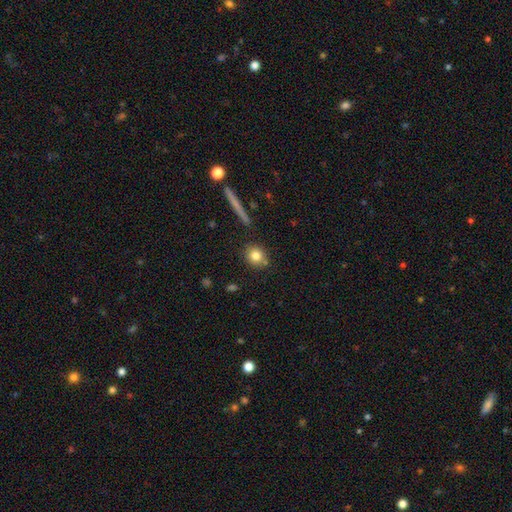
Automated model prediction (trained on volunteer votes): Smooth or featured: smooth — 80% (featured or disk — 10%)
How rounded: round — 81% (in between — 16%)
Merging: none — 82% (minor disturbance — 10%)